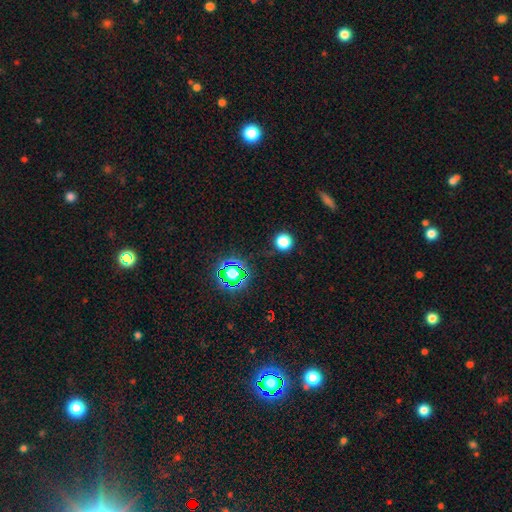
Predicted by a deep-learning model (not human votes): smooth-or-featured: star or artifact: 74% | smooth: 18% | featured or disk: 8%